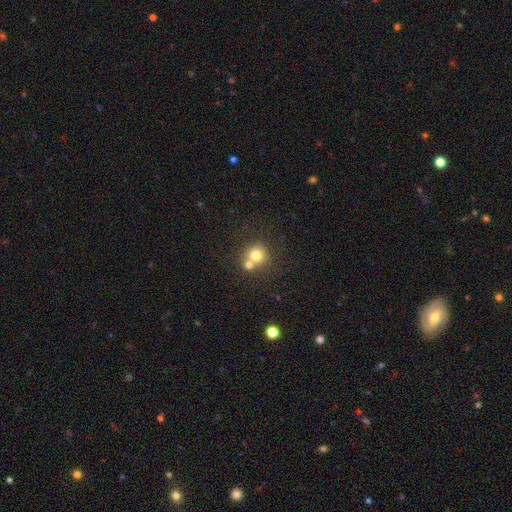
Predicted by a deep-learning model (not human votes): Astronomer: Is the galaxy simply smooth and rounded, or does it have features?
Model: smooth — 74%.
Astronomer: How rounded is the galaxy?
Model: round — 89%.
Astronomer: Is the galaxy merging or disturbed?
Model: none — 49% (runner-up: merger, 40%).